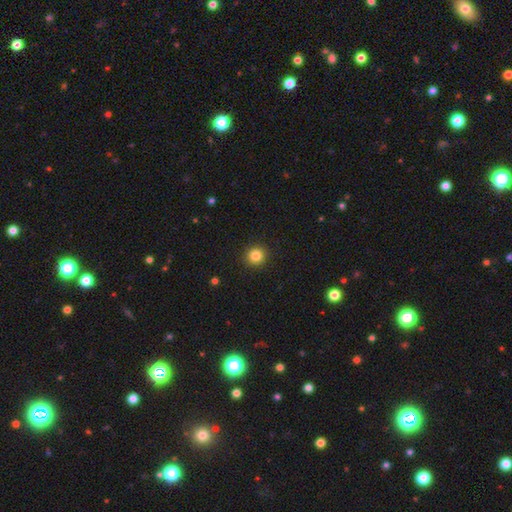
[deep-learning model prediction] smooth_or_featured: smooth (p=0.84) [alt: star or artifact p=0.11]
how_rounded: round (p=0.94) [alt: in between p=0.05]
merging: none (p=0.92) [alt: minor disturbance p=0.05]